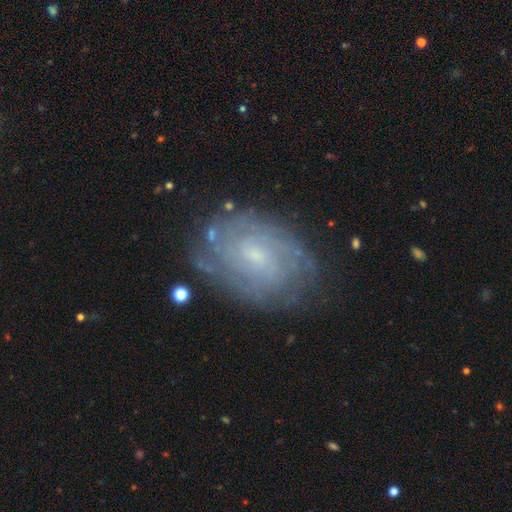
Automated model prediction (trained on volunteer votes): A featured or disk galaxy (77%) with no bar (58%), tight (70%) spiral arms (90%) and a small central bulge (70%). Merging: none (76%).